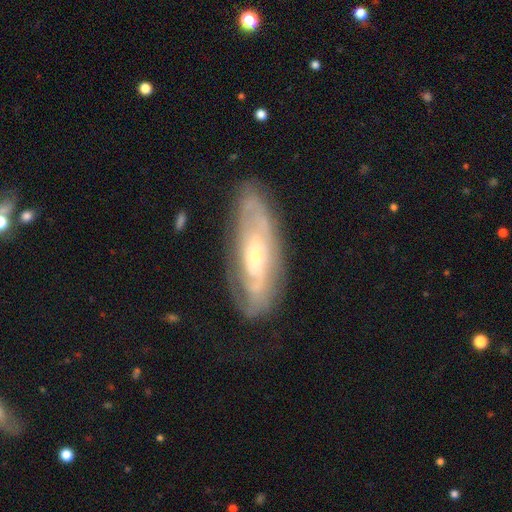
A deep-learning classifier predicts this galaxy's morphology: Smooth or featured?
  - featured or disk: 75% *
  - smooth: 19%
  - star or artifact: 6%
Edge-on disk?
  - no: 82% *
  - yes: 18%
Bar?
  - no: 65% *
  - weak: 26%
  - strong: 10%
Spiral arms?
  - yes: 79% *
  - no: 21%
Bulge size?
  - small: 67% *
  - moderate: 28%
  - large: 3%
  - none: 2%
  - dominant: 1%
Merging?
  - none: 75% *
  - minor disturbance: 17%
  - major disturbance: 6%
  - merger: 2%